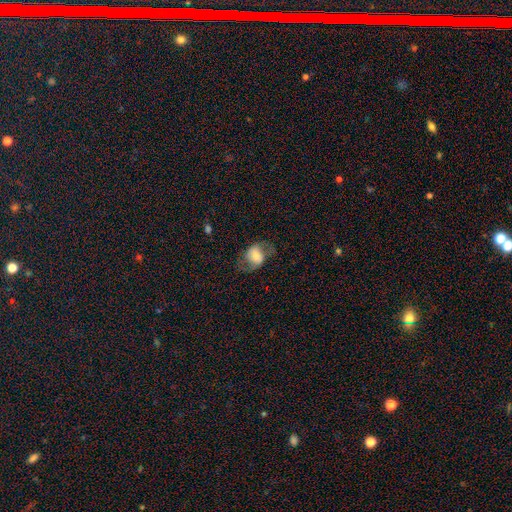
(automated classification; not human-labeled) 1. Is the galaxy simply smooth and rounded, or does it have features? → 52% smooth, 39% featured or disk, 8% star or artifact.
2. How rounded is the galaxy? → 66% in between, 32% round, 2% cigar-shaped.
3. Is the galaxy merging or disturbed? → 58% none, 21% minor disturbance, 20% major disturbance, 2% merger.